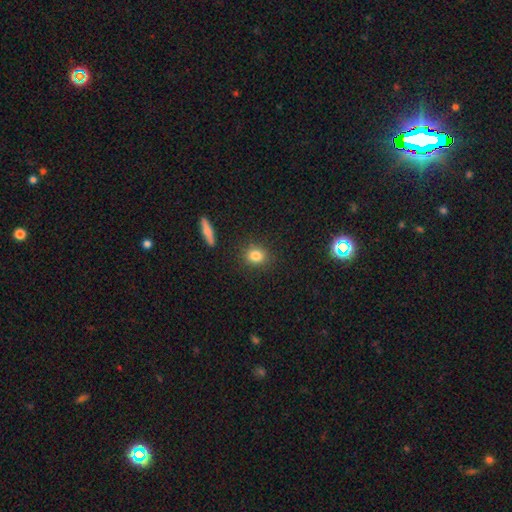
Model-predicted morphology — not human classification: This appears to be a smooth galaxy with no disk features (83%) that is round (68%). Merging: none (87%).